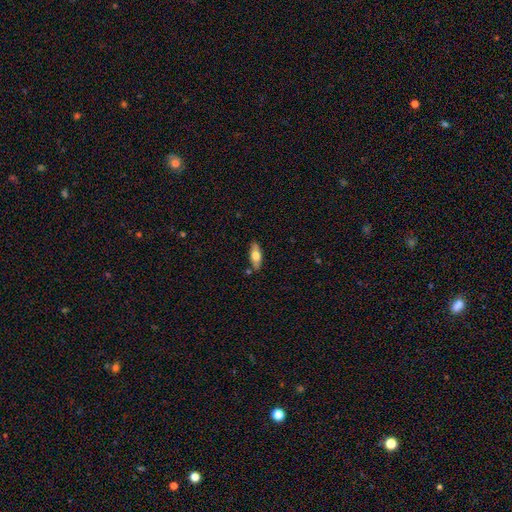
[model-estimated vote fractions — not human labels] smooth 62%, featured or disk 32%, star or artifact 6%. Down the decision tree: how rounded — in between (73%); merging — none (82%).